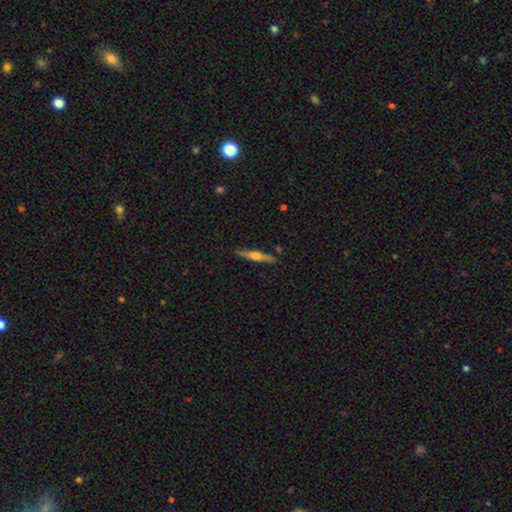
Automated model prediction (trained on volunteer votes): featured or disk 64%, smooth 30%, star or artifact 6%. Down the decision tree: edge-on disk — yes (97%); edge-on bulge — rounded (86%); merging — none (88%).